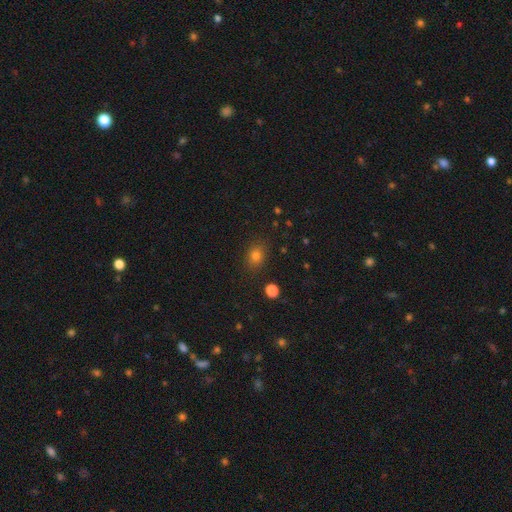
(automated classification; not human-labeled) This is likely a smooth galaxy (77%). How rounded: possibly in between (50%). Merging: clearly none (84%).